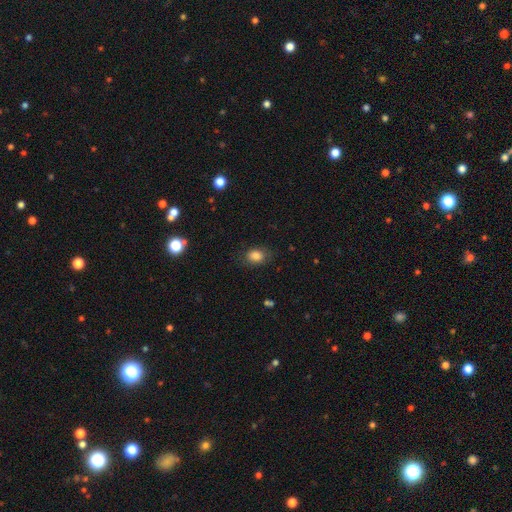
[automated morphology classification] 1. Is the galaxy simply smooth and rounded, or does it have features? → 84% smooth, 11% star or artifact, 5% featured or disk.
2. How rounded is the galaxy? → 59% in between, 40% round, 1% cigar-shaped.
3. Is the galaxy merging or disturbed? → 80% none, 15% minor disturbance, 5% major disturbance, 1% merger.